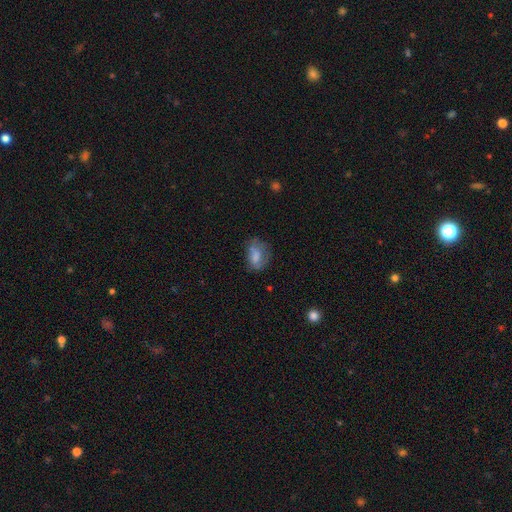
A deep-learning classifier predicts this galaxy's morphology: The model was most divided on "merging": none: 45%, minor disturbance: 29%, major disturbance: 22%, merger: 3%. More confident: how rounded — in between (76%); smooth or featured — smooth (64%).